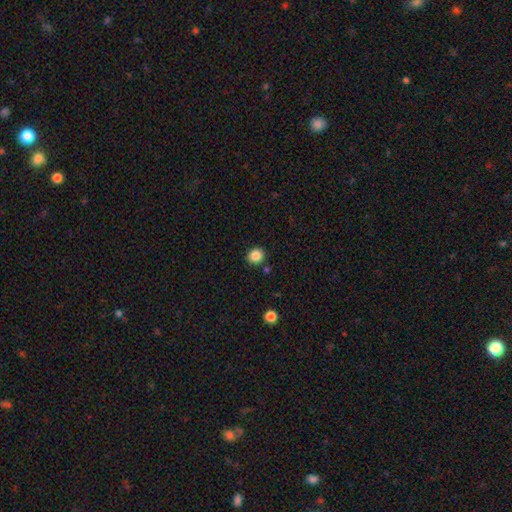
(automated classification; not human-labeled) The model was most divided on "how rounded": round: 84%, in between: 15%, cigar-shaped: 1%. More confident: merging — none (88%); smooth or featured — smooth (86%).